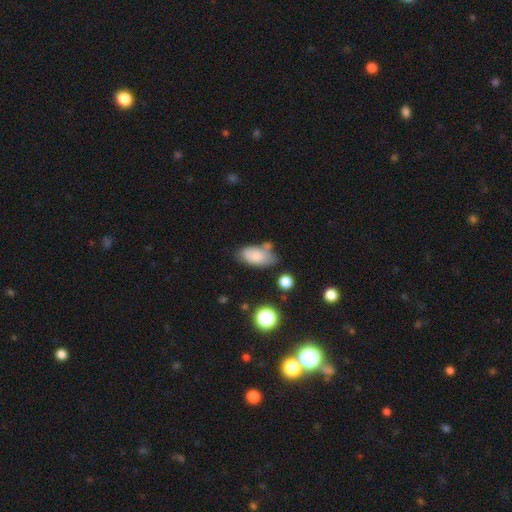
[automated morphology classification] The model was most divided on "merging": none: 56%, minor disturbance: 24%, merger: 13%, major disturbance: 7%. More confident: how rounded — in between (92%); smooth or featured — smooth (82%).